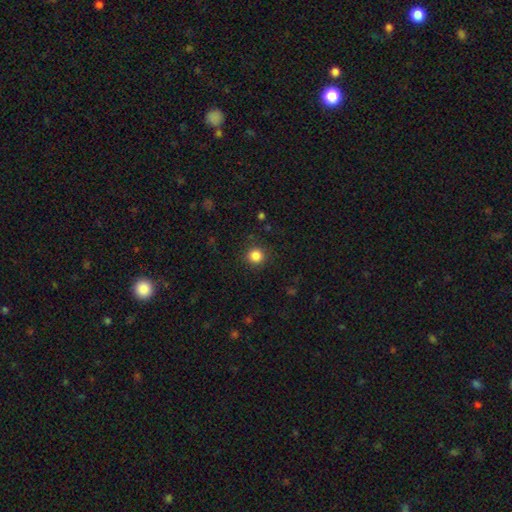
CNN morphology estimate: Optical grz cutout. It shows a smooth galaxy with no disk features (85%) that is round (94%). Merging: none (89%).